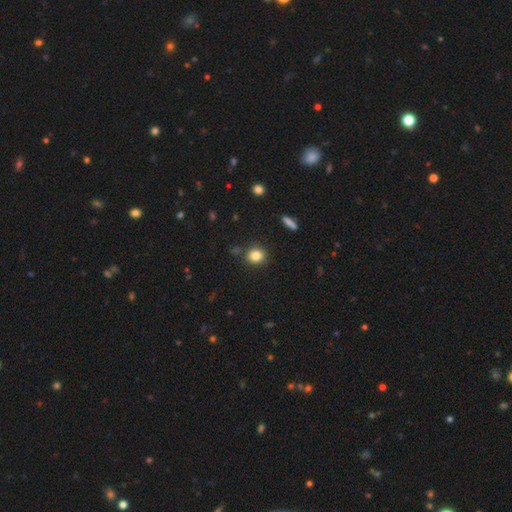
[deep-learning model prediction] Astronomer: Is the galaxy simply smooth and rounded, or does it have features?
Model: smooth — 83%.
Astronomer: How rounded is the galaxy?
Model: round — 73%.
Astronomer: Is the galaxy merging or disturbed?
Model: none — 85%.